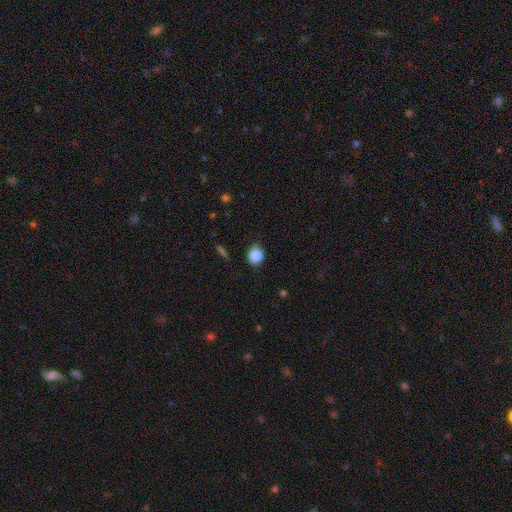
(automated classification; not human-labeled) Smooth or featured? Predicted: smooth (p=0.85). How rounded? Predicted: round (p=0.70). Merging? Predicted: none (p=0.63).